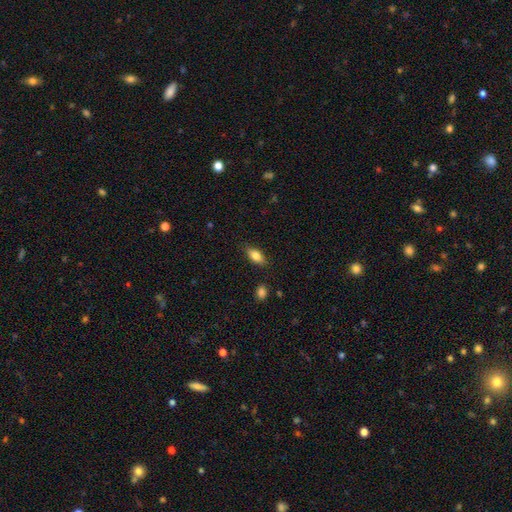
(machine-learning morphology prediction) Overall: smooth (79%). How rounded: in between (82%). Merging: none (84%).